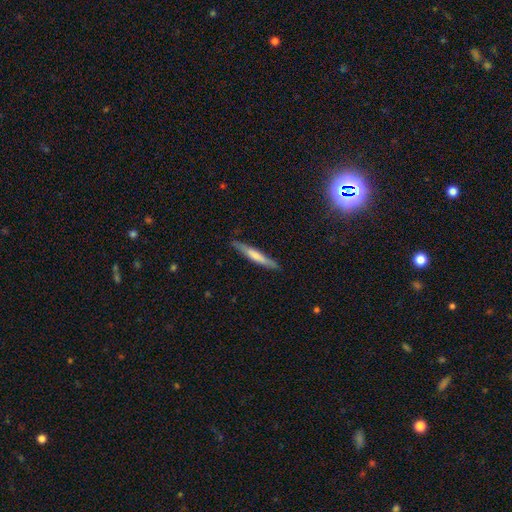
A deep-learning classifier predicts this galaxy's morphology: This appears to be a smooth galaxy with no disk features (60%) that is cigar-shaped (94%). Merging: none (86%).